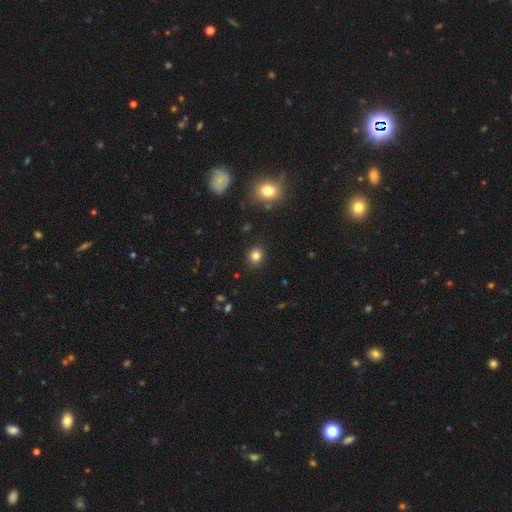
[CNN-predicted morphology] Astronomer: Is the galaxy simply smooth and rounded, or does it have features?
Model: smooth — 82%.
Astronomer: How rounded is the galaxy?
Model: round — 81%.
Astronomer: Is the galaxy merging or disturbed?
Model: none — 90%.